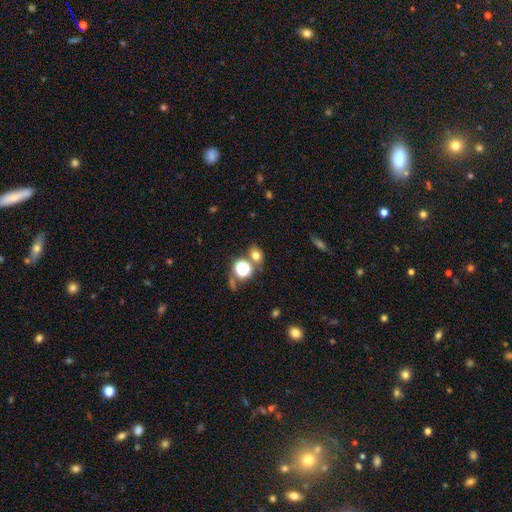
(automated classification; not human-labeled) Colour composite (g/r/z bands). It shows a smooth galaxy with no disk features (68%) that is in between round and cigar-shaped (50%). Merging: none (73%).